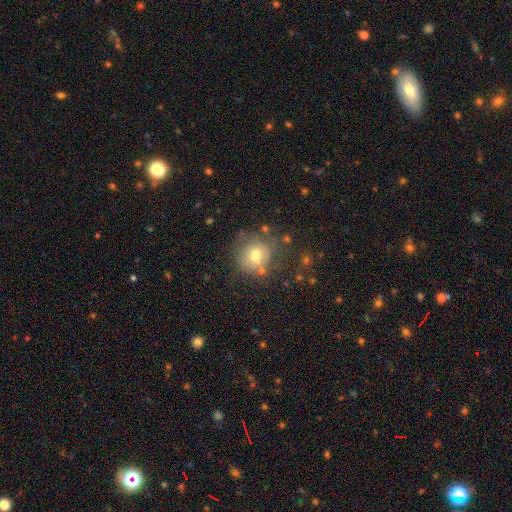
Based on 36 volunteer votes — Smooth or featured? 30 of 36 (83%) said smooth. How rounded? 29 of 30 (97%) said round. Merging? 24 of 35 (69%) said none.